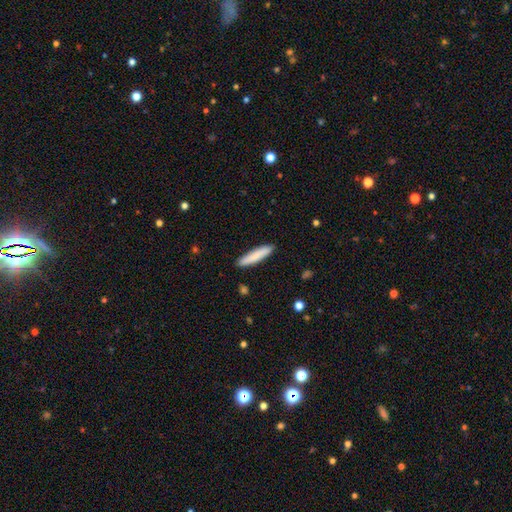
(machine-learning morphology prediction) Smooth or featured: smooth — 84% (featured or disk — 10%)
How rounded: cigar-shaped — 87% (in between — 12%)
Merging: none — 90% (minor disturbance — 7%)